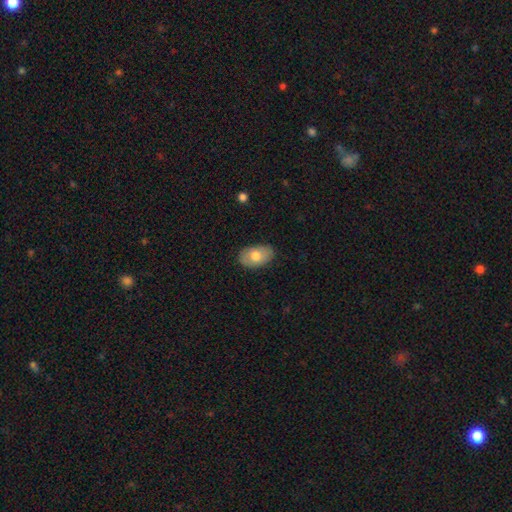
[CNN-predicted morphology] A smooth galaxy with no disk features (72%) that is in between round and cigar-shaped (91%). Merging: none (83%).